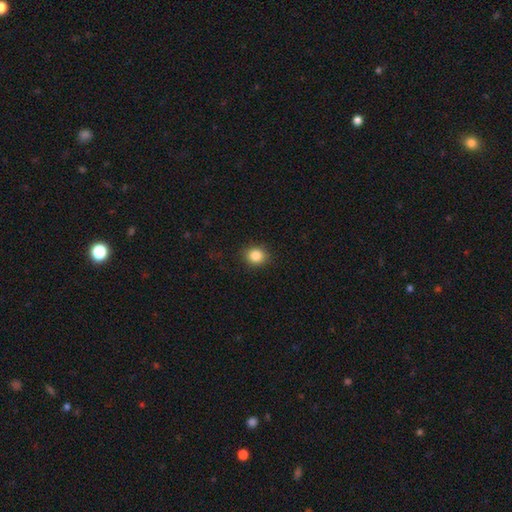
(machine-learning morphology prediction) A smooth galaxy with no disk features (85%) that is round (73%).

Vote fractions:
- Smooth or featured? smooth: 85% / star or artifact: 10% / featured or disk: 5%
- How rounded? round: 73% / in between: 27% / cigar-shaped: 1%
- Merging? none: 89% / minor disturbance: 8% / major disturbance: 2% / merger: 1%